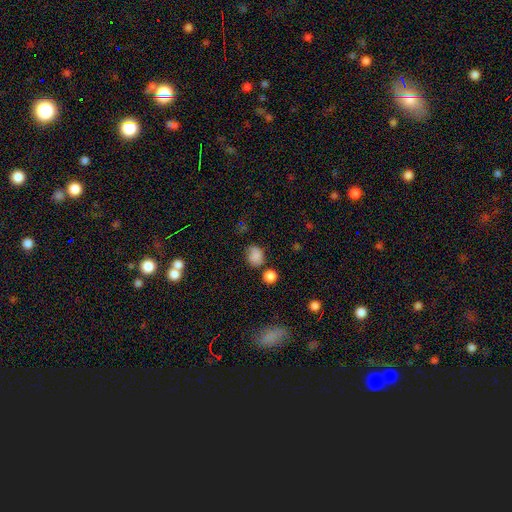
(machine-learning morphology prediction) smooth-or-featured: smooth: 81% | star or artifact: 12% | featured or disk: 7%
  how-rounded: round: 59% | in between: 40% | cigar-shaped: 1%
  merging: none: 61% | minor disturbance: 23% | merger: 9% | major disturbance: 7%